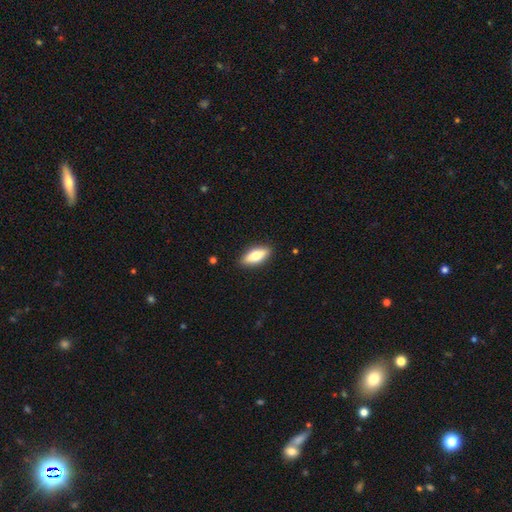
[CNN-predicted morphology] This appears to be a smooth galaxy with no disk features (70%) that is in between round and cigar-shaped (76%). Merging: none (88%).